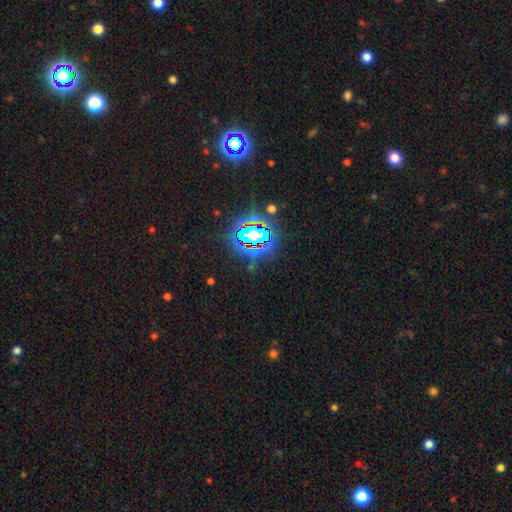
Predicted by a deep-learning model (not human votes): Smooth or featured? star or artifact (83%)